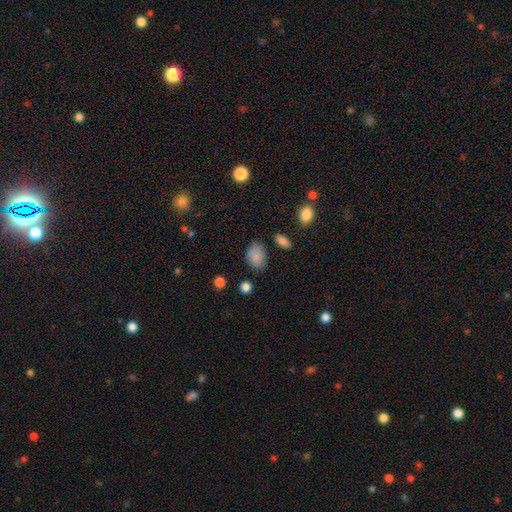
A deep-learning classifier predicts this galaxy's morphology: Overall: smooth (85%). How rounded: in between (78%). Merging: none (73%).